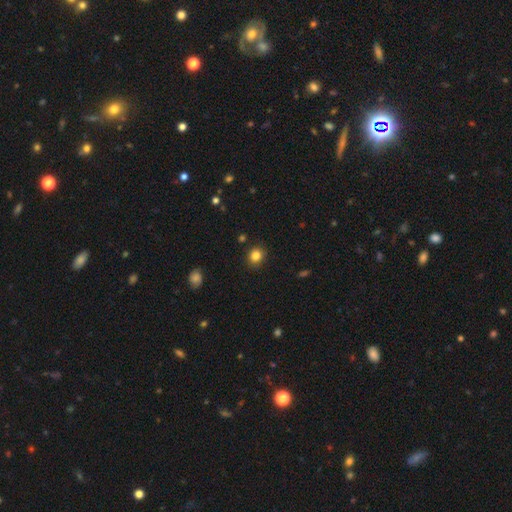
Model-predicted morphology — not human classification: The model was most divided on "how rounded": round: 81%, in between: 18%, cigar-shaped: 1%. More confident: merging — none (89%); smooth or featured — smooth (84%).